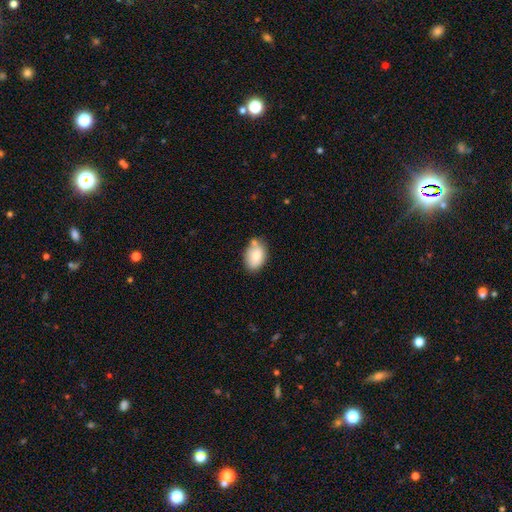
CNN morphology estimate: Smooth or featured? smooth (80%)
How rounded? in between (86%)
Merging? none (61%)